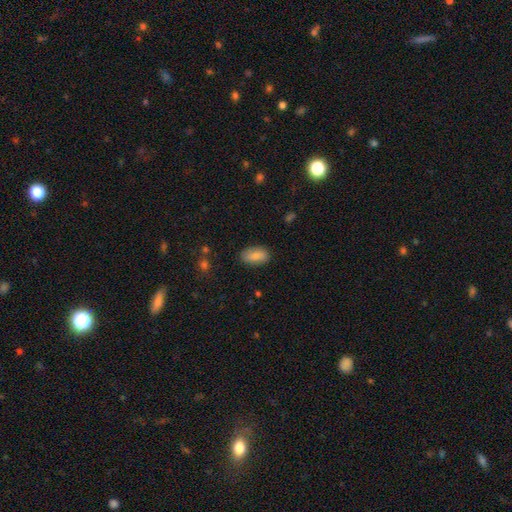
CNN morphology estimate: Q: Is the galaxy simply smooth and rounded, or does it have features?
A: smooth — 83%.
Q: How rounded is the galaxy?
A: in between — 92%.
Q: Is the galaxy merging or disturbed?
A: none — 83%.